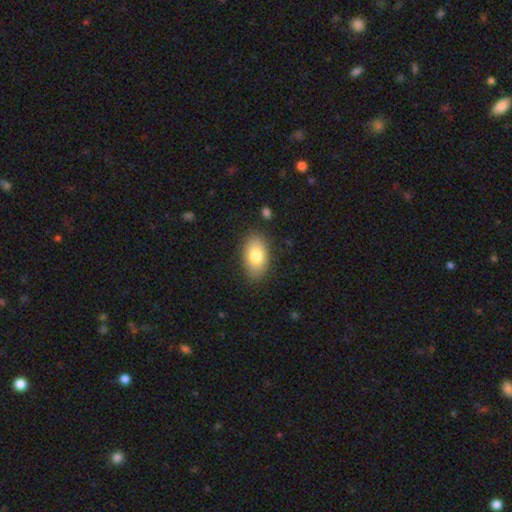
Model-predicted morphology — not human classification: Smooth or featured: smooth — 80% (featured or disk — 14%)
How rounded: in between — 92% (round — 6%)
Merging: none — 84% (minor disturbance — 12%)